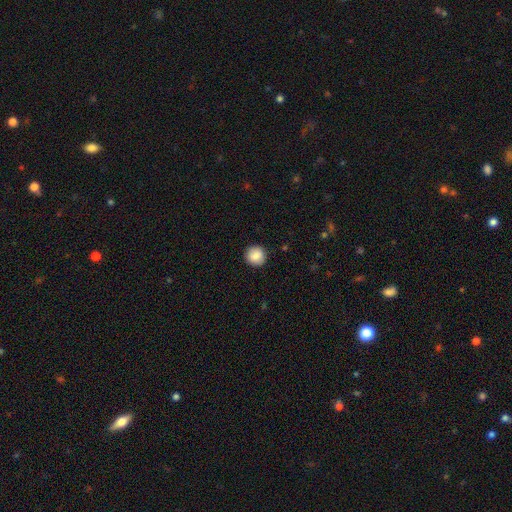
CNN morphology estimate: The model was most divided on "smooth or featured": smooth: 84%, star or artifact: 8%, featured or disk: 8%. More confident: how rounded — round (93%); merging — none (91%).